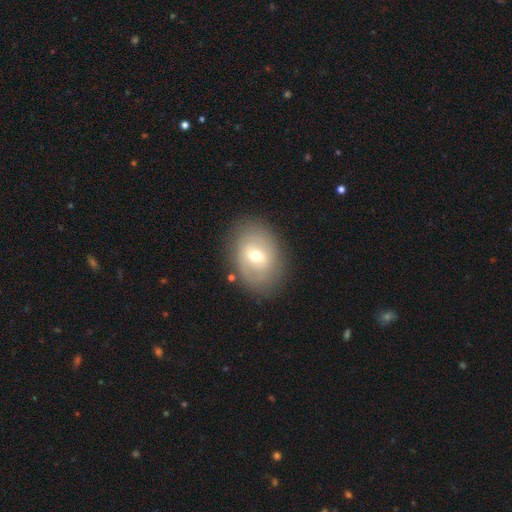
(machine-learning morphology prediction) A smooth galaxy with no disk features (47%).

Vote fractions:
- Smooth or featured? smooth: 47% / featured or disk: 45% / star or artifact: 9%
- Merging? none: 82% / minor disturbance: 12% / major disturbance: 4% / merger: 2%